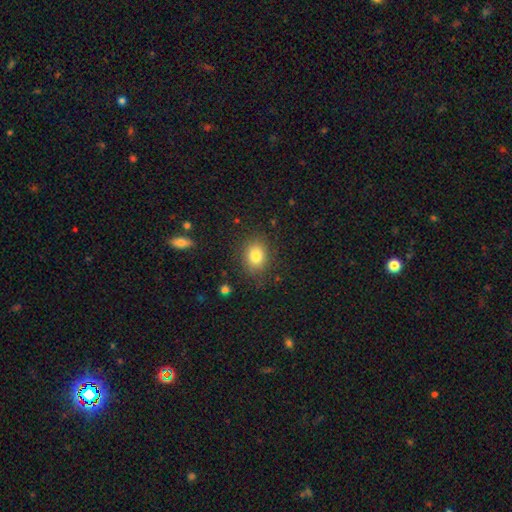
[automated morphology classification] Overall: smooth (83%). How rounded: in between (54%; round 45%). Merging: none (84%).